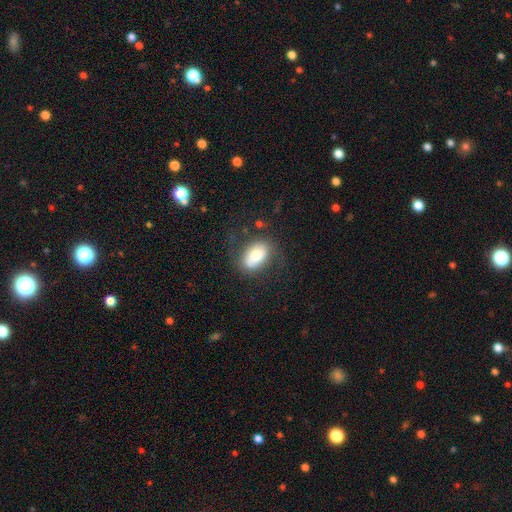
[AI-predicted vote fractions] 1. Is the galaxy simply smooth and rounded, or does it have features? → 70% smooth, 22% featured or disk, 8% star or artifact.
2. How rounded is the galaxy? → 89% in between, 9% round, 2% cigar-shaped.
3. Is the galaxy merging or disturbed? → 67% none, 19% minor disturbance, 11% major disturbance, 2% merger.